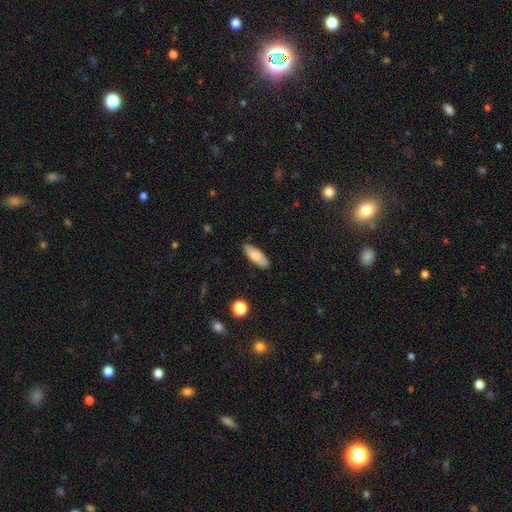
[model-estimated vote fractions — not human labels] Smooth or featured? Predicted: smooth (p=0.83). How rounded? Predicted: in between (p=0.69). Merging? Predicted: none (p=0.87).